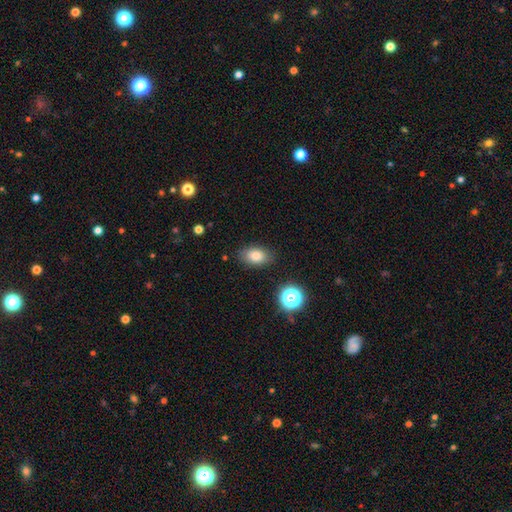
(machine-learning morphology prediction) smooth_or_featured: smooth (p=0.82) [alt: star or artifact p=0.10]
how_rounded: in between (p=0.86) [alt: round p=0.12]
merging: none (p=0.83) [alt: minor disturbance p=0.12]